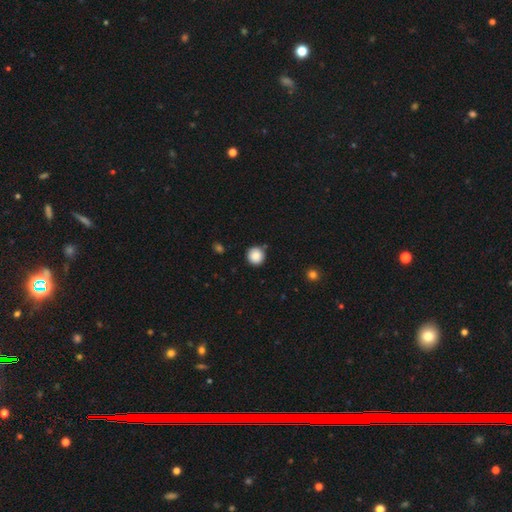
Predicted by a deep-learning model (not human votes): Smooth or featured?
  - smooth: 87% *
  - star or artifact: 9%
  - featured or disk: 4%
How rounded?
  - round: 95% *
  - in between: 4%
  - cigar-shaped: 1%
Merging?
  - none: 88% *
  - minor disturbance: 7%
  - merger: 2%
  - major disturbance: 2%